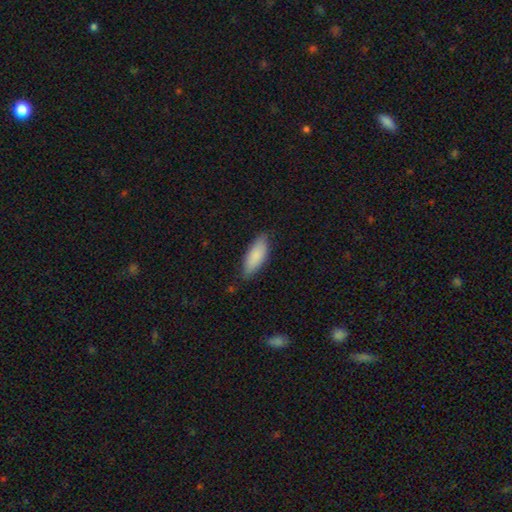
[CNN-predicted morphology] Smooth or featured?
  - smooth: 85% *
  - featured or disk: 9%
  - star or artifact: 6%
How rounded?
  - in between: 69% *
  - cigar-shaped: 29%
  - round: 2%
Merging?
  - none: 79% *
  - minor disturbance: 17%
  - major disturbance: 3%
  - merger: 1%